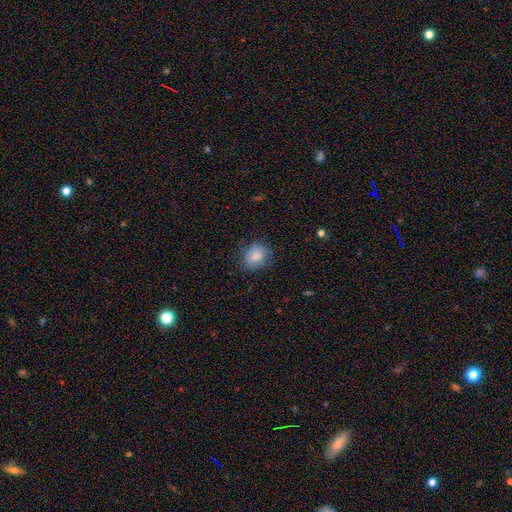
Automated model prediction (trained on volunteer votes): Overall: smooth (85%). How rounded: round (60%; in between 39%). Merging: none (75%).